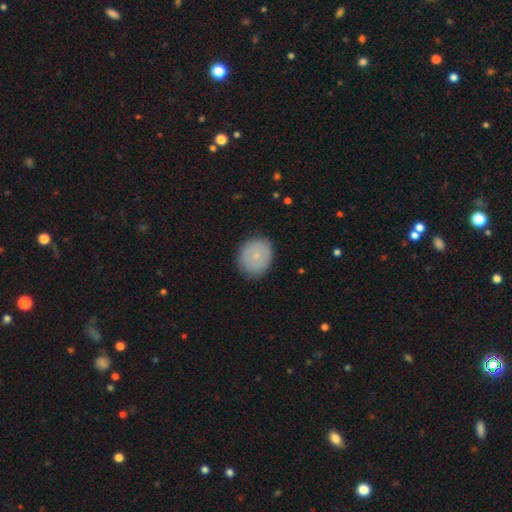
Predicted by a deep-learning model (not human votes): A smooth galaxy with no disk features (73%) that is round (66%). Merging: none (85%).